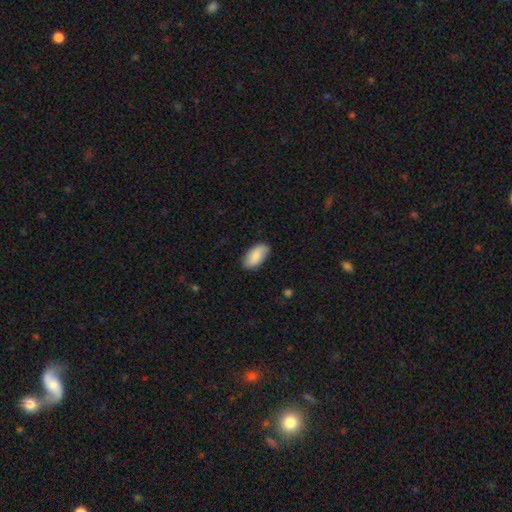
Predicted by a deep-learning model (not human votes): Smooth or featured?
  - smooth: 84% *
  - featured or disk: 10%
  - star or artifact: 6%
How rounded?
  - in between: 95% *
  - cigar-shaped: 3%
  - round: 2%
Merging?
  - none: 84% *
  - minor disturbance: 13%
  - major disturbance: 2%
  - merger: 1%